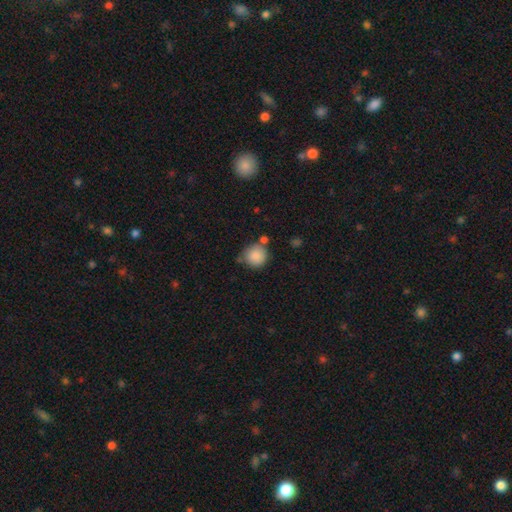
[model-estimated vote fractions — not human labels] Overall: smooth (87%). How rounded: round (91%). Merging: none (66%).